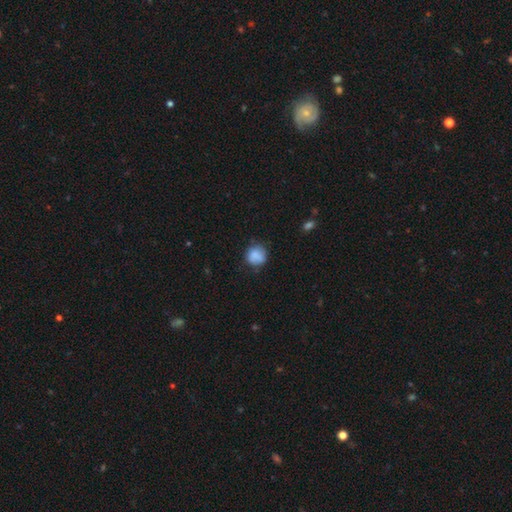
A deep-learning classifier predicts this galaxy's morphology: A smooth galaxy with no disk features (84%) that is round (84%). Merging: none (67%).